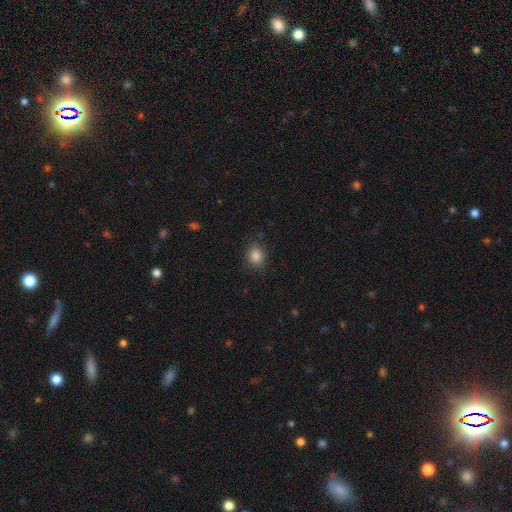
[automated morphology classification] smooth_or_featured: smooth (p=0.85) [alt: star or artifact p=0.10]
how_rounded: round (p=0.65) [alt: in between p=0.34]
merging: none (p=0.85) [alt: minor disturbance p=0.11]